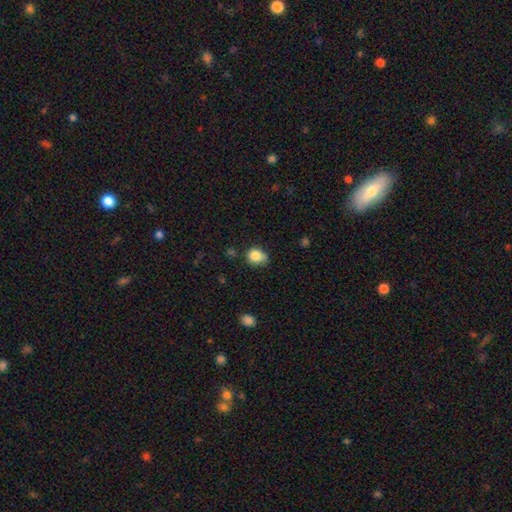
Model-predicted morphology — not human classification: smooth-or-featured: smooth: 84% | star or artifact: 10% | featured or disk: 6%
  how-rounded: round: 62% | in between: 37% | cigar-shaped: 1%
  merging: none: 55% | minor disturbance: 33% | major disturbance: 7% | merger: 5%